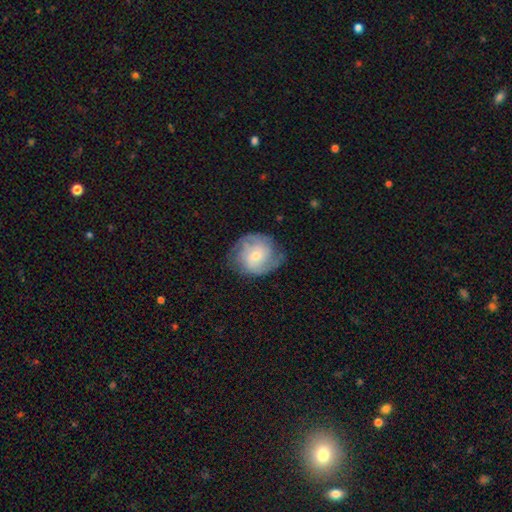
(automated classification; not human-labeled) Smooth or featured? Predicted: featured or disk (p=0.73). Edge-on disk? Predicted: no (p=0.98). Bar? Predicted: no (p=0.69). Spiral arms? Predicted: yes (p=0.92). Spiral winding? Predicted: tight (p=0.50). Spiral arm count? Predicted: 2 (p=0.39). Bulge size? Predicted: small (p=0.59). Merging? Predicted: none (p=0.73).